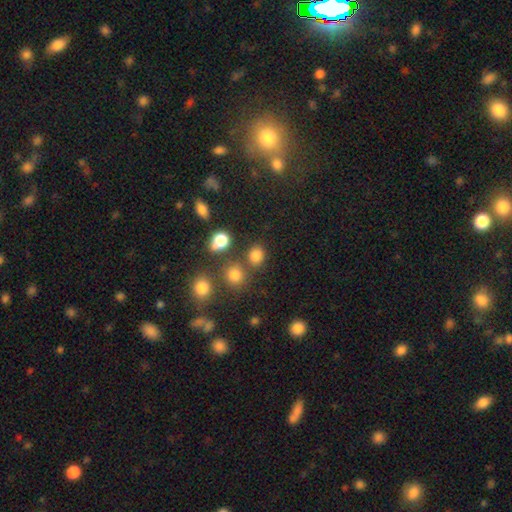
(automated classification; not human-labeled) A smooth galaxy with no disk features (80%) that is round (66%). Merging: none (73%).